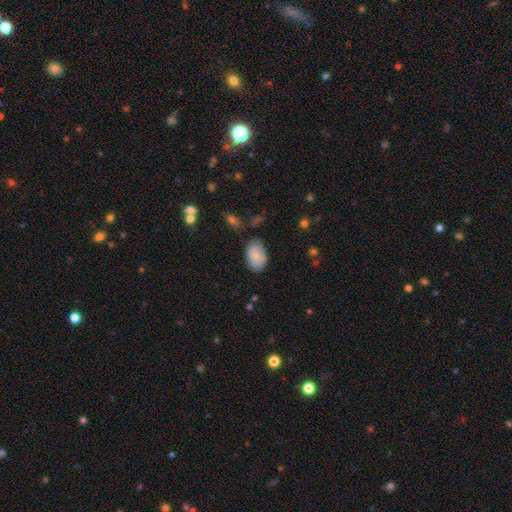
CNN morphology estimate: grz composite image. It shows a smooth galaxy with no disk features (84%) that is in between round and cigar-shaped (92%). Merging: none (73%).